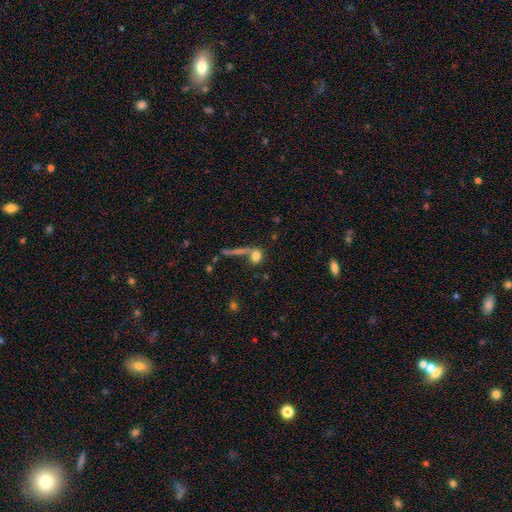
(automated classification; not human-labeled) smooth_or_featured: smooth (p=0.73) [alt: featured or disk p=0.15]
how_rounded: round (p=0.60) [alt: in between p=0.28]
merging: none (p=0.46) [alt: merger p=0.29]